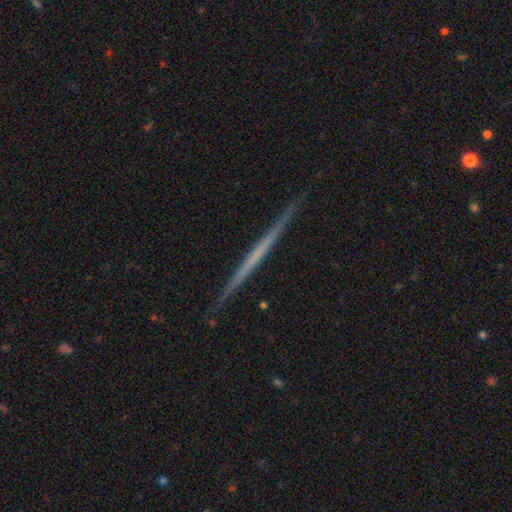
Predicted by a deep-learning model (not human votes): Overall: featured or disk (63%; smooth 31%). Edge-on disk: yes (98%). Edge-on bulge: none (93%). Merging: none (91%).